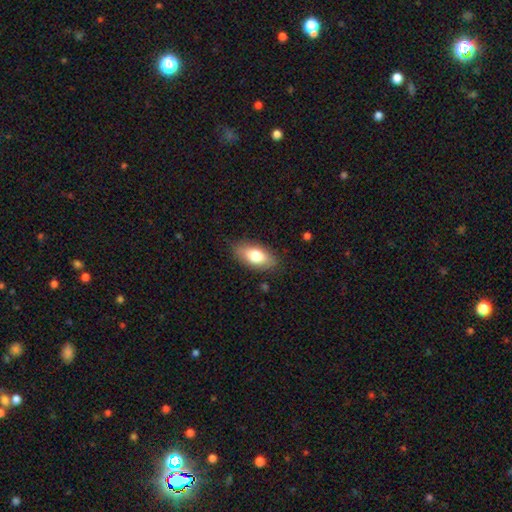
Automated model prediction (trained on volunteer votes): smooth-or-featured: smooth: 77% | featured or disk: 17% | star or artifact: 6%
  how-rounded: in between: 88% | cigar-shaped: 9% | round: 3%
  merging: none: 84% | minor disturbance: 13% | major disturbance: 3% | merger: 1%